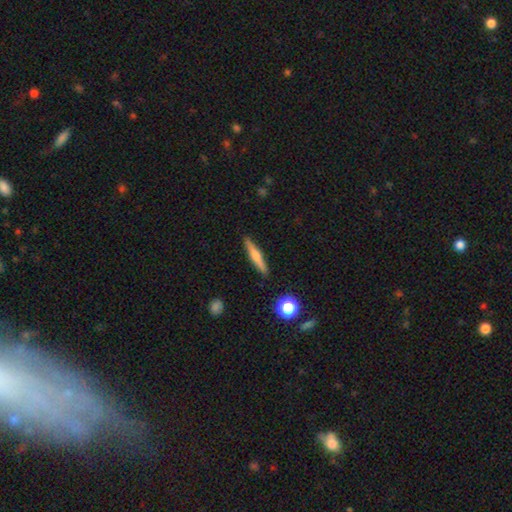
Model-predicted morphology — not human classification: The model was most divided on "smooth or featured": smooth: 47%, featured or disk: 46%, star or artifact: 7%. More confident: merging — none (90%).